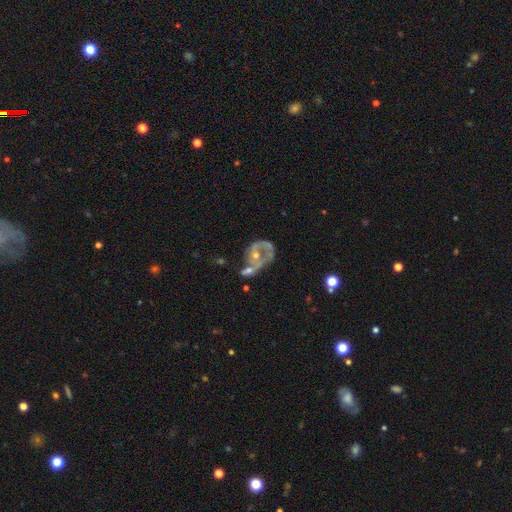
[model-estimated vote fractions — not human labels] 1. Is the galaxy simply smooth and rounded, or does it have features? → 71% featured or disk, 18% smooth, 10% star or artifact.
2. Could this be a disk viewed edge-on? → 97% no, 3% yes.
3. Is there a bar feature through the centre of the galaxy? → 79% no, 16% weak, 5% strong.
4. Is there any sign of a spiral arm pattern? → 51% yes, 49% no.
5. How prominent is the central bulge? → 47% small, 39% moderate, 10% none, 3% large, 2% dominant.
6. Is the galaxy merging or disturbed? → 38% merger, 26% major disturbance, 22% none, 14% minor disturbance.